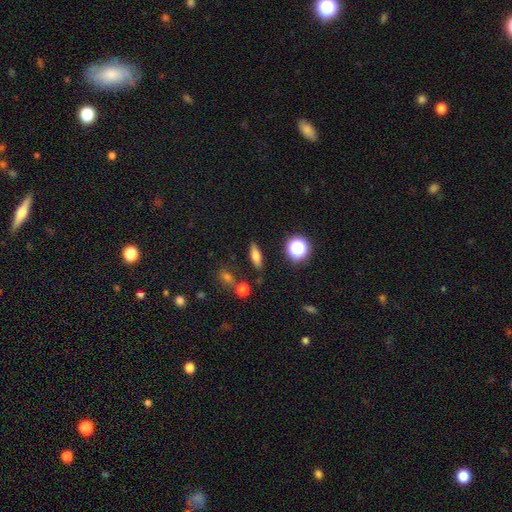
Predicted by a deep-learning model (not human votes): Smooth or featured: smooth — 69% (featured or disk — 19%)
How rounded: in between — 51% (cigar-shaped — 39%)
Merging: none — 84% (minor disturbance — 10%)